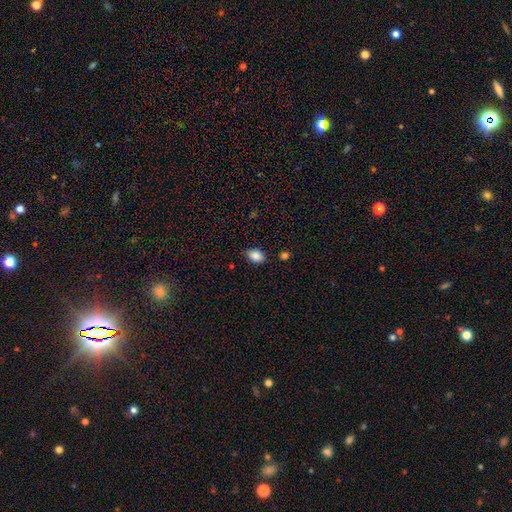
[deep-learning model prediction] A smooth galaxy with no disk features (87%) that is in between round and cigar-shaped (77%).

Vote fractions:
- Smooth or featured? smooth: 87% / star or artifact: 9% / featured or disk: 4%
- How rounded? in between: 77% / round: 21% / cigar-shaped: 1%
- Merging? none: 82% / minor disturbance: 13% / major disturbance: 3% / merger: 2%